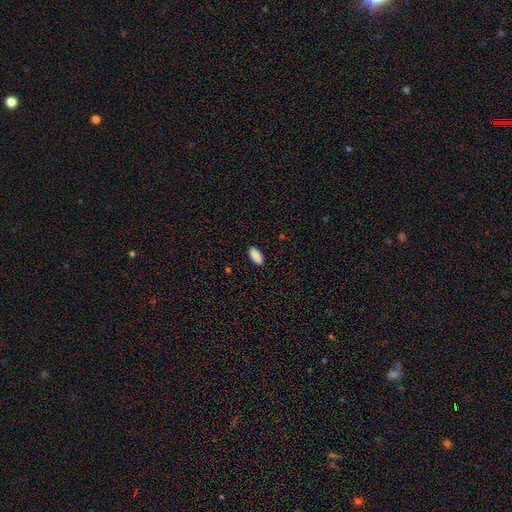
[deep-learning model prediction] Smooth or featured?
  - smooth: 90% *
  - star or artifact: 7%
  - featured or disk: 3%
How rounded?
  - in between: 94% *
  - cigar-shaped: 4%
  - round: 2%
Merging?
  - none: 88% *
  - minor disturbance: 9%
  - major disturbance: 2%
  - merger: 1%